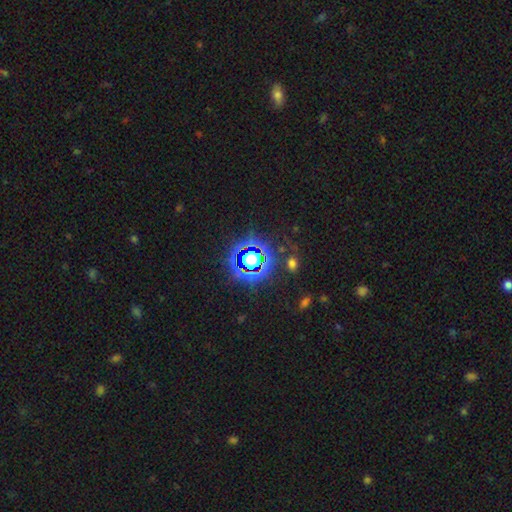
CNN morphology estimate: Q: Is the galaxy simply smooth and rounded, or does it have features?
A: star or artifact — 70%.